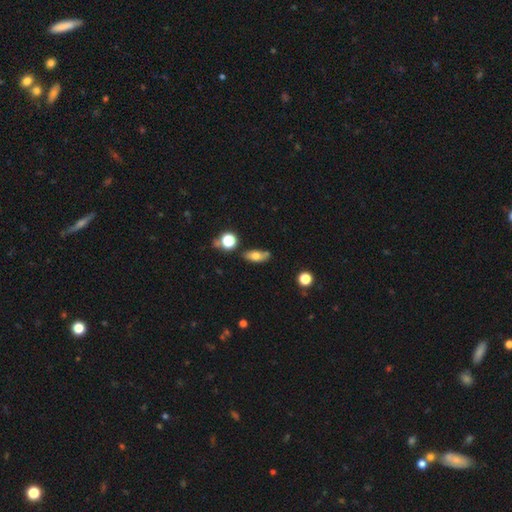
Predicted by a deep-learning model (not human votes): Smooth or featured? smooth (69%)
How rounded? in between (76%)
Merging? none (68%)